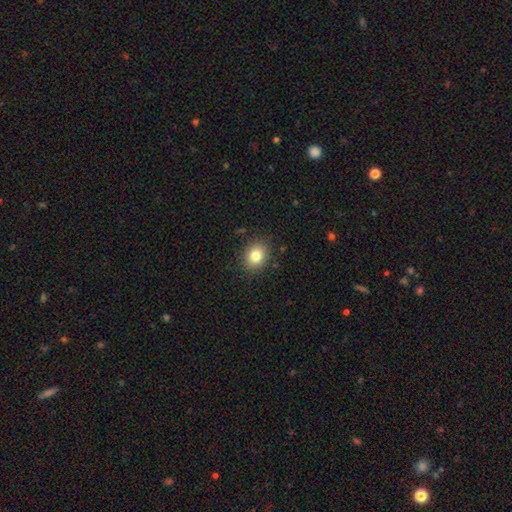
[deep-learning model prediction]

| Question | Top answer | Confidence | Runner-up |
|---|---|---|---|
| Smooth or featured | smooth | 82% | star or artifact (10%) |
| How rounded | round | 58% | in between (42%) |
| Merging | none | 87% | minor disturbance (9%) |